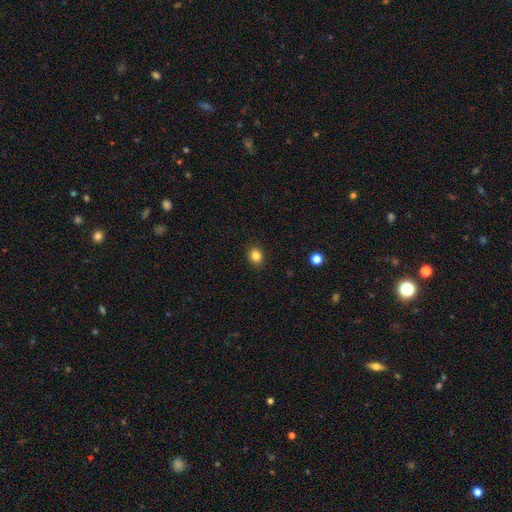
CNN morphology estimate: Smooth or featured?
  - smooth: 84% *
  - star or artifact: 11%
  - featured or disk: 4%
How rounded?
  - round: 74% *
  - in between: 25%
  - cigar-shaped: 1%
Merging?
  - none: 91% *
  - minor disturbance: 6%
  - major disturbance: 2%
  - merger: 1%